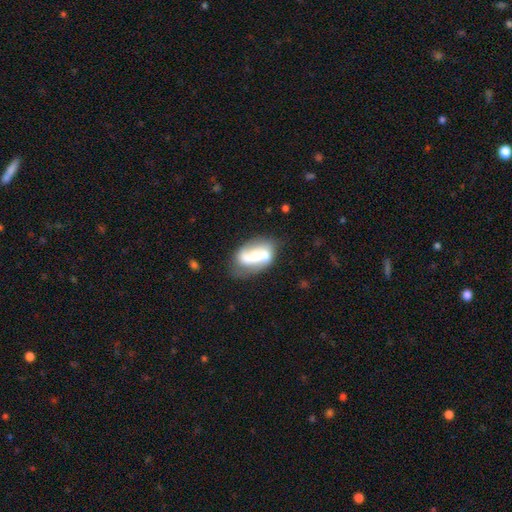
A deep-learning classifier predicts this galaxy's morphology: featured or disk 59%, smooth 34%, star or artifact 7%. Down the decision tree: edge-on disk — no (95%); bar — no (54%); spiral arms — yes (65%); bulge size — moderate (46%); merging — none (46%).